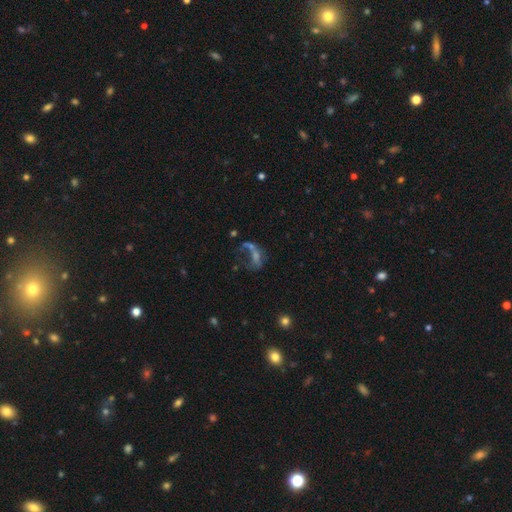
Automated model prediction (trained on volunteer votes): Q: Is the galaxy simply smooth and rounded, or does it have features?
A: featured or disk — 47%.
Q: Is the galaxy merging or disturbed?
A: major disturbance — 41%.